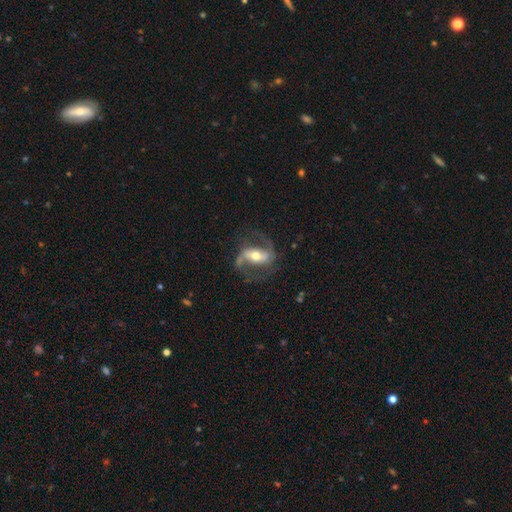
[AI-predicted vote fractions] Smooth or featured? featured or disk (85%)
Edge-on disk? no (95%)
Bar? strong (50%)
Spiral arms? yes (94%)
Spiral winding? medium (48%)
Spiral arm count? 2 (91%)
Bulge size? moderate (66%)
Merging? none (71%)